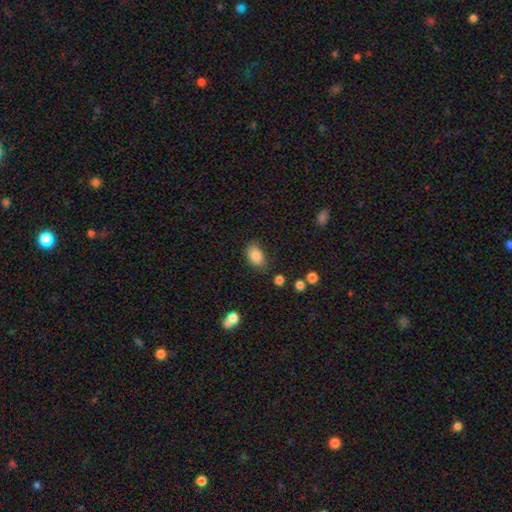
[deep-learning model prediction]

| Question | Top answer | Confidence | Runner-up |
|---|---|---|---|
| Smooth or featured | smooth | 86% | star or artifact (8%) |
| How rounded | in between | 86% | round (13%) |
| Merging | none | 79% | minor disturbance (15%) |